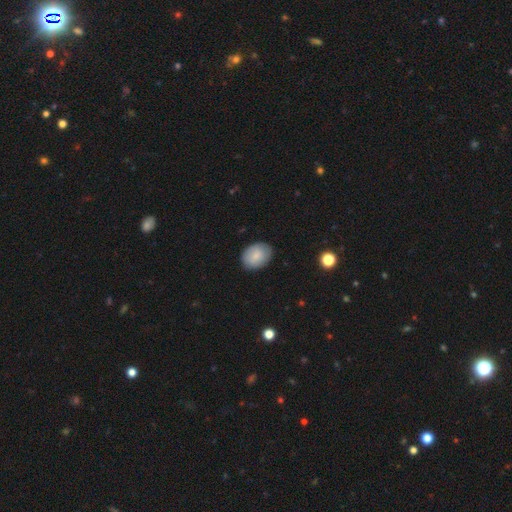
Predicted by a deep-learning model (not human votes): Smooth or featured? Predicted: smooth (p=0.83). How rounded? Predicted: in between (p=0.70). Merging? Predicted: none (p=0.84).